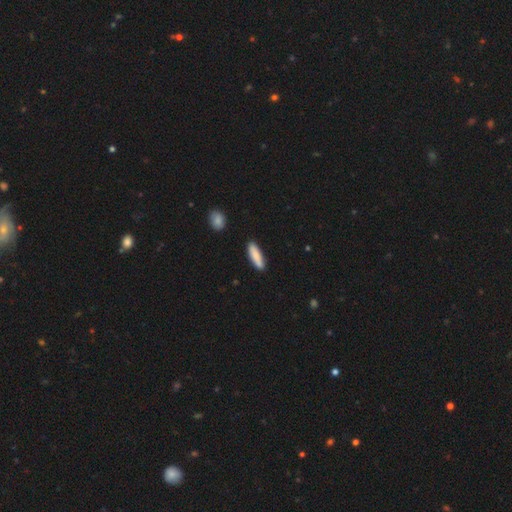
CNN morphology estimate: smooth 85%, featured or disk 9%, star or artifact 6%. Down the decision tree: how rounded — cigar-shaped (67%); merging — none (87%).